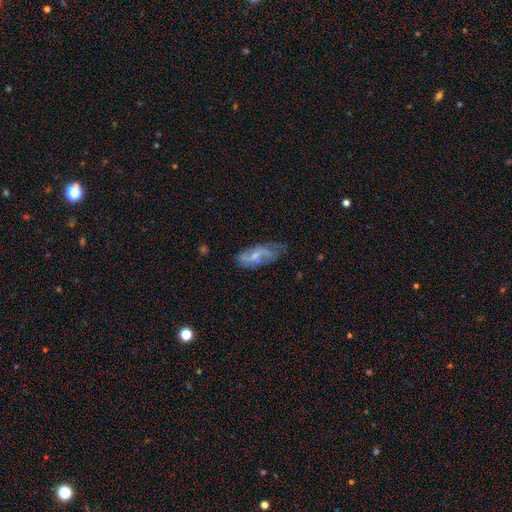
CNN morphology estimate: featured or disk 63%, smooth 29%, star or artifact 7%. Down the decision tree: edge-on disk — no (90%); bar — weak (45%); spiral arms — yes (81%); bulge size — small (53%); merging — none (55%).